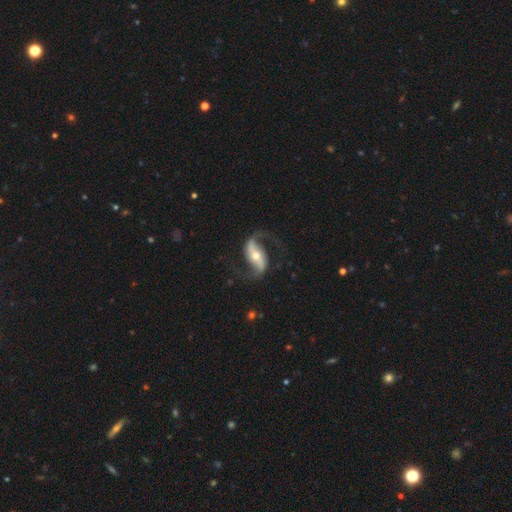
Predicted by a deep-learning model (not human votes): A featured or disk galaxy (91%) with a strong bar (49%), 2 (94%) loose (65%) spiral arms (97%) and a moderate central bulge (56%).

Vote fractions:
- Smooth or featured? featured or disk: 91% / smooth: 5% / star or artifact: 4%
- Edge-on disk? no: 97% / yes: 3%
- Bar? strong: 49% / weak: 29% / no: 22%
- Spiral arms? yes: 97% / no: 3%
- Spiral winding? loose: 65% / medium: 29% / tight: 6%
- Spiral arm count? 2: 94% / 1: 2% / can't tell: 1% / 3: 1% / 4: 1% / more than 4: 1%
- Bulge size? moderate: 56% / small: 37% / large: 4% / none: 1% / dominant: 1%
- Merging? none: 79% / minor disturbance: 11% / major disturbance: 8% / merger: 2%